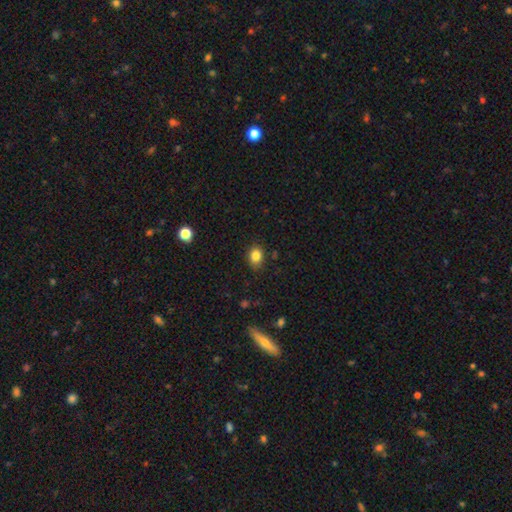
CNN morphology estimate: This is clearly a smooth galaxy (83%). How rounded: possibly in between (53%). Merging: clearly none (82%).